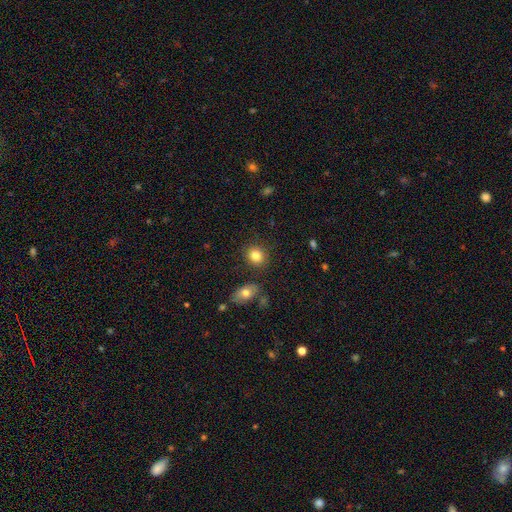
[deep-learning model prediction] Overall: smooth (82%). How rounded: round (72%). Merging: none (85%).